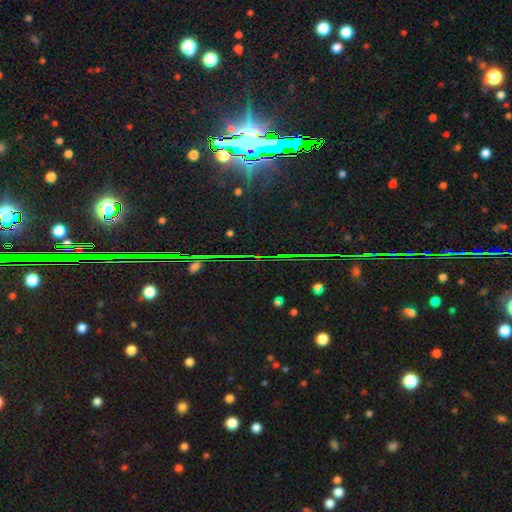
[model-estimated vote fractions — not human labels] This is clearly a star or artifact rather than a galaxy (83%).